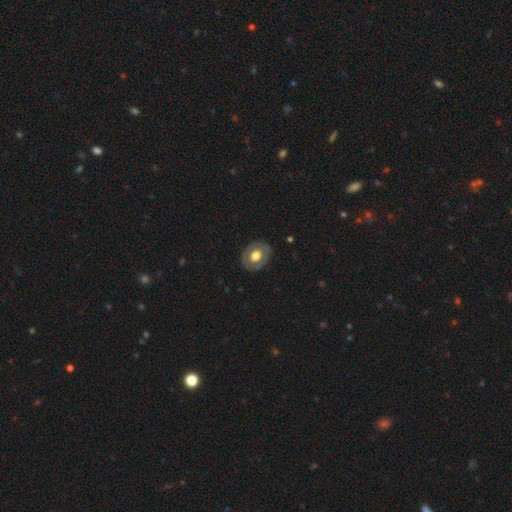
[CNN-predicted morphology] Smooth or featured: smooth — 49% (featured or disk — 45%)
Merging: none — 82% (minor disturbance — 13%)